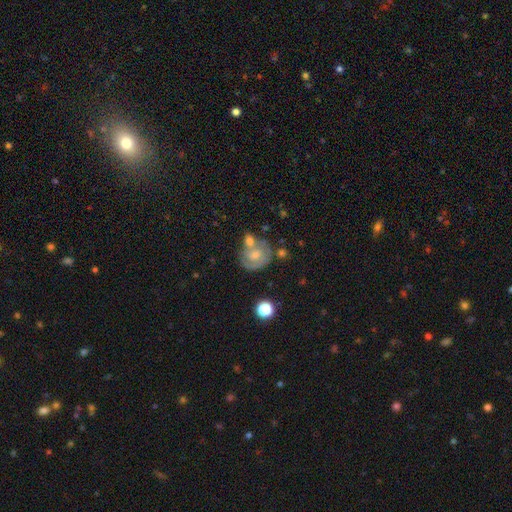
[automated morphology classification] featured or disk 53%, smooth 39%, star or artifact 9%. Down the decision tree: edge-on disk — no (97%); bar — no (66%); spiral arms — yes (66%); bulge size — small (49%); merging — none (40%).